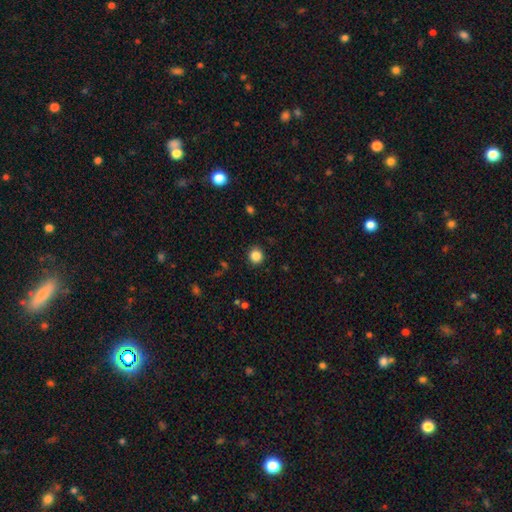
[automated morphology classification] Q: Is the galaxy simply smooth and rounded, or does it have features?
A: smooth — 85%.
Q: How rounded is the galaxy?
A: round — 90%.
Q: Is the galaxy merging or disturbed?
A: none — 90%.